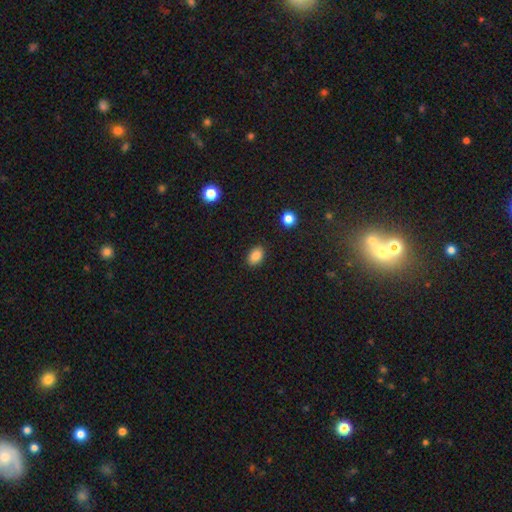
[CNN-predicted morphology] Smooth or featured: smooth — 87% (star or artifact — 9%)
How rounded: in between — 84% (round — 15%)
Merging: none — 88% (minor disturbance — 9%)